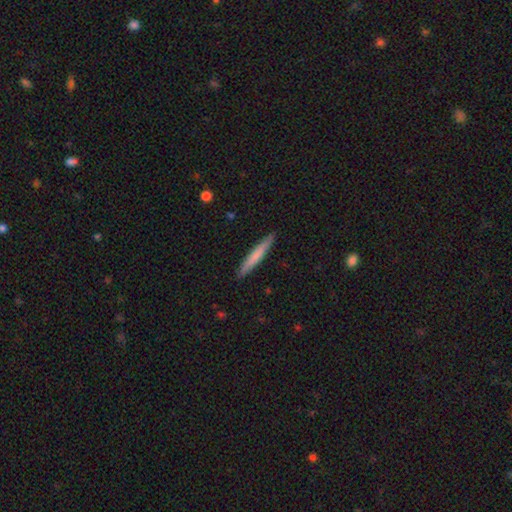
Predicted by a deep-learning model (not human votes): Morphology: type=smooth (68%); roundness=cigar-shaped (95%); merging=none (91%).